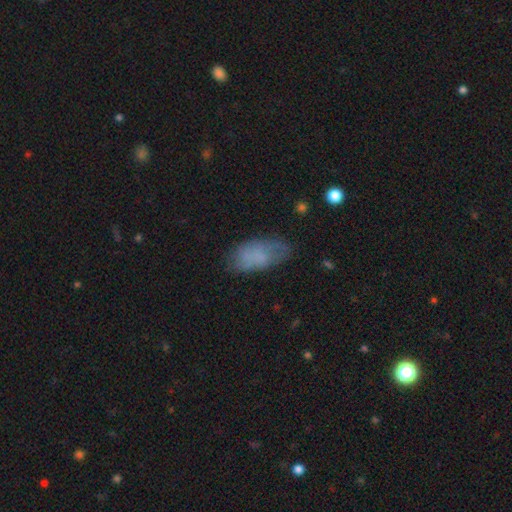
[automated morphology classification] Smooth or featured?
  - smooth: 71% *
  - featured or disk: 20%
  - star or artifact: 9%
How rounded?
  - in between: 91% *
  - cigar-shaped: 6%
  - round: 3%
Merging?
  - none: 62% *
  - minor disturbance: 26%
  - major disturbance: 10%
  - merger: 2%